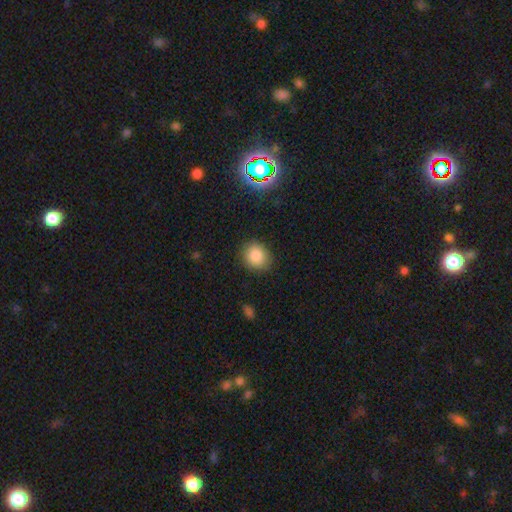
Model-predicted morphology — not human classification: Smooth or featured? smooth (86%)
How rounded? round (71%)
Merging? none (85%)